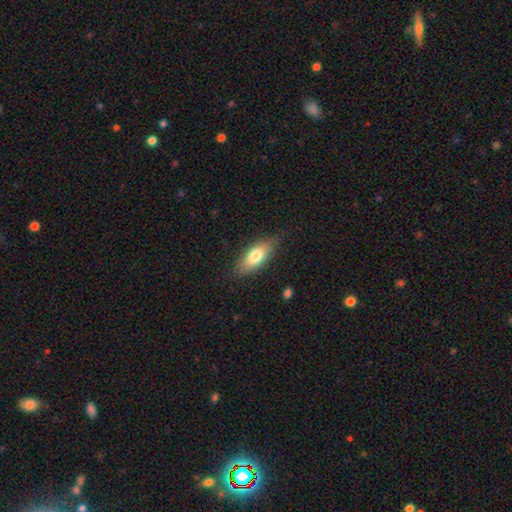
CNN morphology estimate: The model was most divided on "smooth or featured": smooth: 74%, featured or disk: 20%, star or artifact: 6%. More confident: merging — none (80%); how rounded — in between (77%).